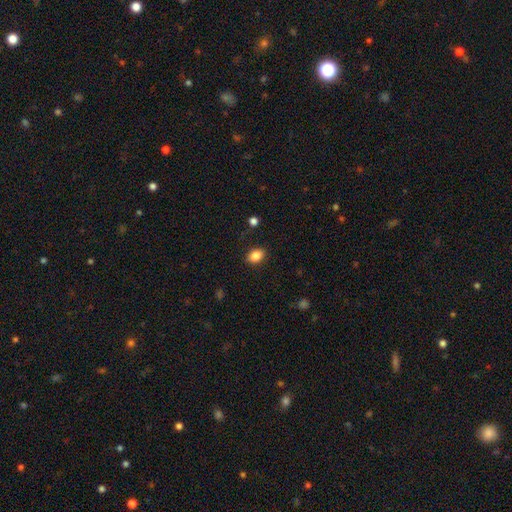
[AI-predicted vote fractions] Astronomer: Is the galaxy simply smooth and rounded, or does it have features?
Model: smooth — 87%.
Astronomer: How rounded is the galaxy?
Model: in between — 72%.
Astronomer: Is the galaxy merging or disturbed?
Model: none — 87%.